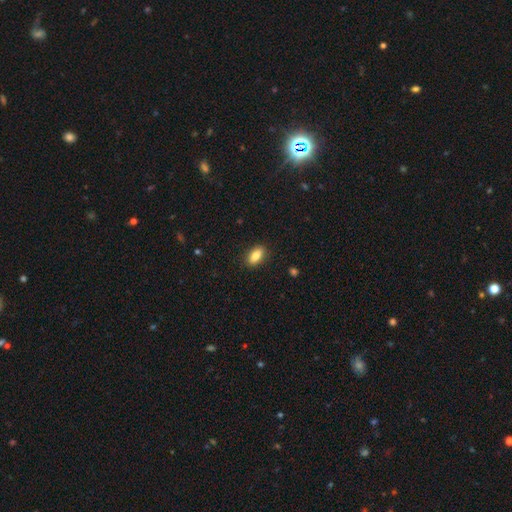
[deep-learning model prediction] Smooth or featured? Predicted: smooth (p=0.85). How rounded? Predicted: in between (p=0.88). Merging? Predicted: none (p=0.89).